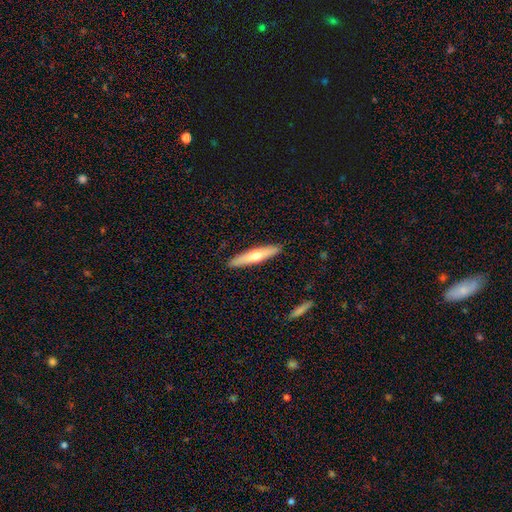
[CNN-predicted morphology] smooth_or_featured: smooth (p=0.55) [alt: featured or disk p=0.40]
how_rounded: cigar-shaped (p=0.88) [alt: in between p=0.10]
merging: none (p=0.91) [alt: minor disturbance p=0.07]